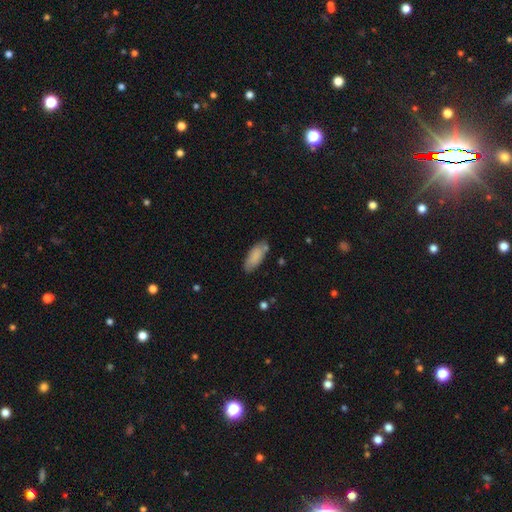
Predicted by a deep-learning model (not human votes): A smooth galaxy with no disk features (85%) that is in between round and cigar-shaped (79%).

Vote fractions:
- Smooth or featured? smooth: 85% / featured or disk: 9% / star or artifact: 6%
- How rounded? in between: 79% / cigar-shaped: 20% / round: 2%
- Merging? none: 73% / minor disturbance: 18% / merger: 5% / major disturbance: 4%